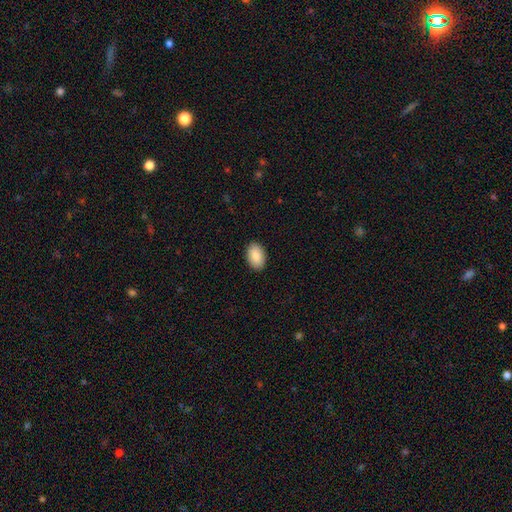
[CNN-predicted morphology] Smooth or featured? Predicted: smooth (p=0.88). How rounded? Predicted: in between (p=0.91). Merging? Predicted: none (p=0.90).